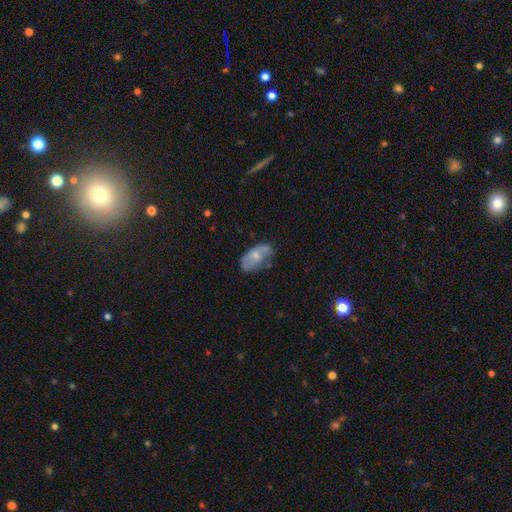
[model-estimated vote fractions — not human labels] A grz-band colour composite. It shows a smooth galaxy with no disk features (53%) that is in between round and cigar-shaped (92%). Merging: none (49%).